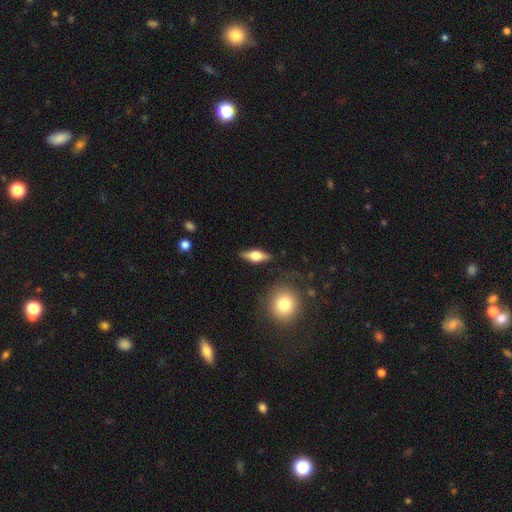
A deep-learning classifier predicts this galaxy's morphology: smooth-or-featured: featured or disk: 49% | smooth: 44% | star or artifact: 7%
  merging: none: 85% | minor disturbance: 10% | major disturbance: 3% | merger: 2%